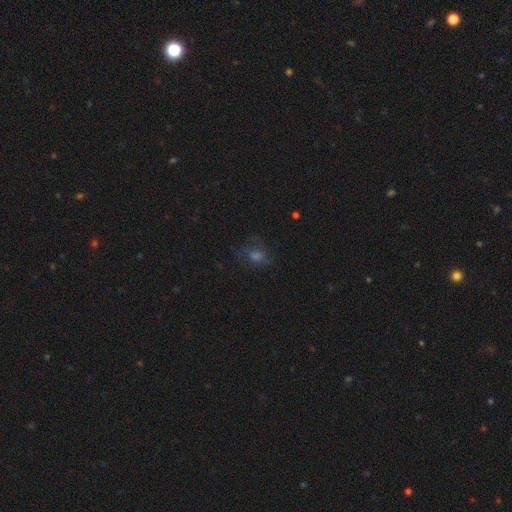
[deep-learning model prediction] A smooth galaxy with no disk features (41%). Merging: none (65%).